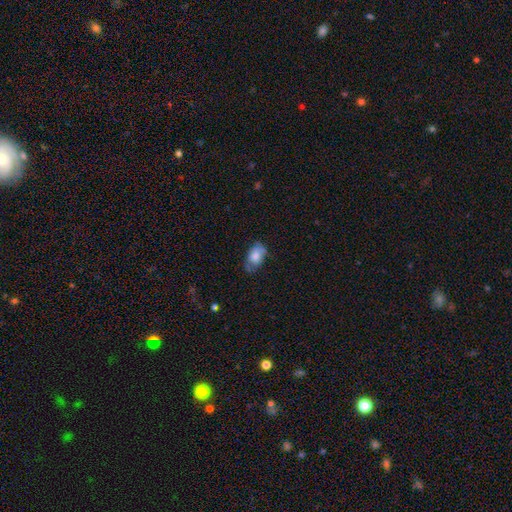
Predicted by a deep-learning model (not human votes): Q: Smooth or featured?
A: smooth (68%); runner-up: featured or disk (24%)
Q: How rounded?
A: in between (89%); runner-up: round (9%)
Q: Merging?
A: none (56%); runner-up: minor disturbance (32%)